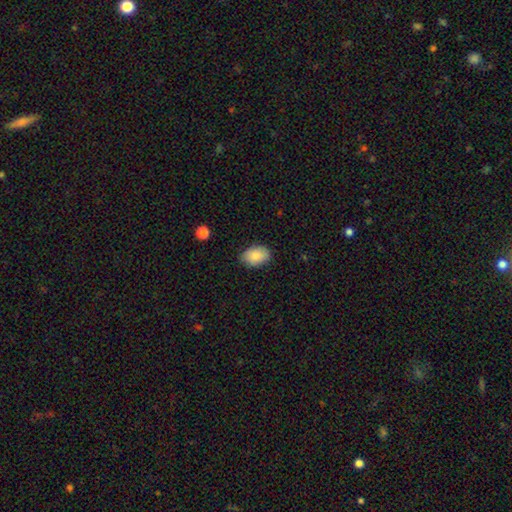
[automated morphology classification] Smooth or featured: smooth — 84% (featured or disk — 9%)
How rounded: in between — 85% (round — 14%)
Merging: none — 81% (minor disturbance — 16%)